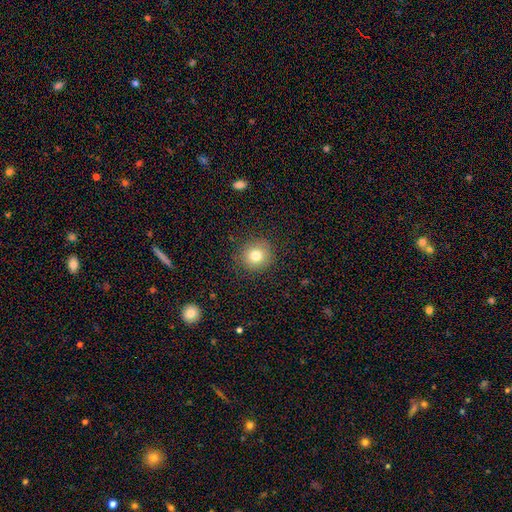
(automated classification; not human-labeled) smooth-or-featured: smooth: 79% | star or artifact: 11% | featured or disk: 10%
  how-rounded: round: 90% | in between: 9% | cigar-shaped: 1%
  merging: none: 87% | minor disturbance: 9% | major disturbance: 3% | merger: 1%